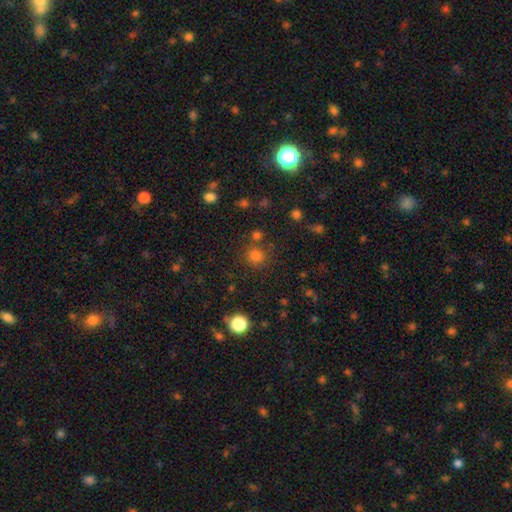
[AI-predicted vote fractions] This appears to be a smooth galaxy with no disk features (76%) that is round (89%). Merging: none (78%).